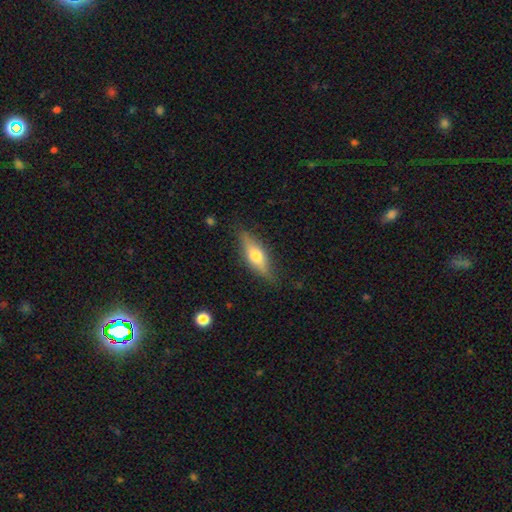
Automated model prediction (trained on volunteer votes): The model was most divided on "smooth or featured": smooth: 51%, featured or disk: 42%, star or artifact: 7%. More confident: merging — none (80%); how rounded — in between (53%).